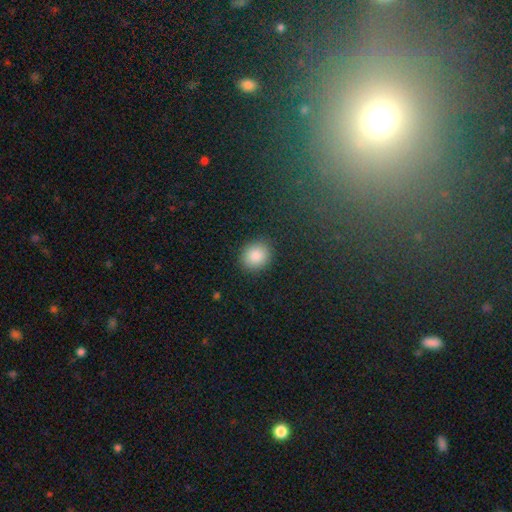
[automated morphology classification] Smooth or featured: smooth — 87% (star or artifact — 8%)
How rounded: round — 71% (in between — 27%)
Merging: none — 88% (minor disturbance — 8%)